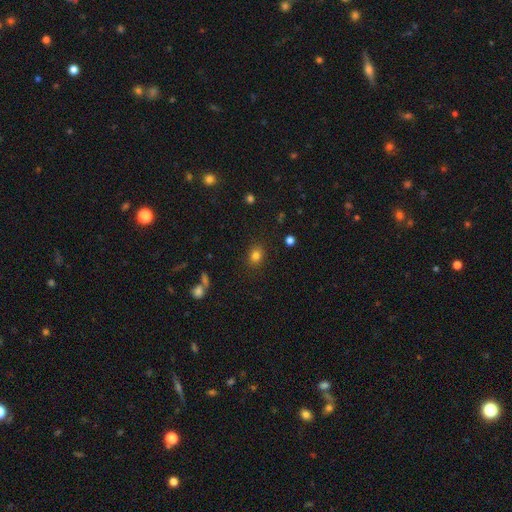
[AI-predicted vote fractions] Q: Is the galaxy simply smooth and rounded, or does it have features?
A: smooth — 81%.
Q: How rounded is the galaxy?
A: round — 54%.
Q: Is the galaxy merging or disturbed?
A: none — 86%.